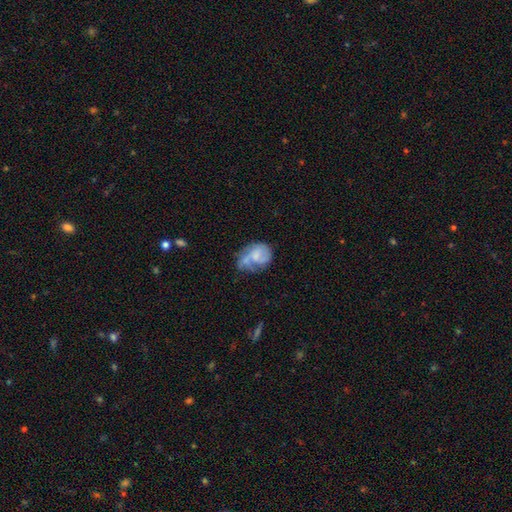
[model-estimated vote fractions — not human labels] This is possibly a featured or disk galaxy (53%). It is clearly not viewed edge-on (97%). Bar: likely no (64%). Spiral arm pattern: likely yes (71%). Central bulge: marginally small (41%). Merging: marginally none (35%).